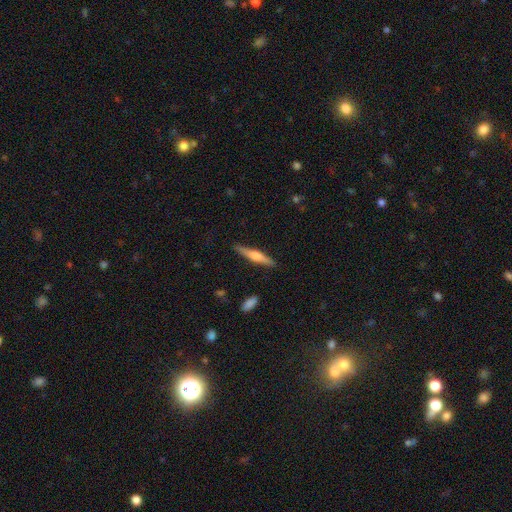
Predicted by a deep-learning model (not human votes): Smooth or featured? featured or disk (61%)
Edge-on disk? yes (98%)
Edge-on bulge? rounded (80%)
Merging? none (89%)